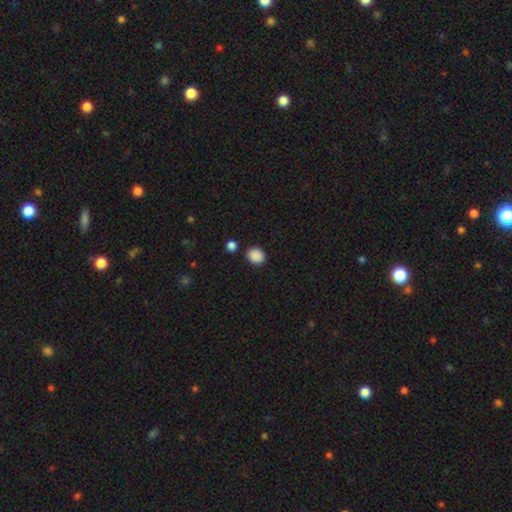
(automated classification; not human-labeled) Smooth or featured: smooth — 88% (star or artifact — 9%)
How rounded: round — 64% (in between — 35%)
Merging: none — 84% (minor disturbance — 9%)